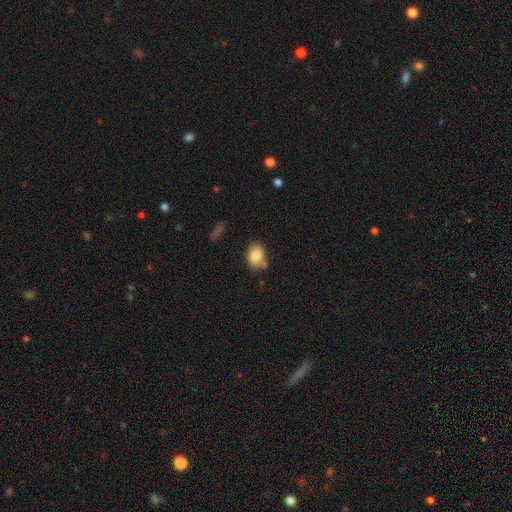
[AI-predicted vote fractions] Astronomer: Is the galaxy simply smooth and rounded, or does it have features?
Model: smooth — 85%.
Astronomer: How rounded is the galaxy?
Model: in between — 73%.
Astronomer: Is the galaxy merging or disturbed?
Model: none — 66%.